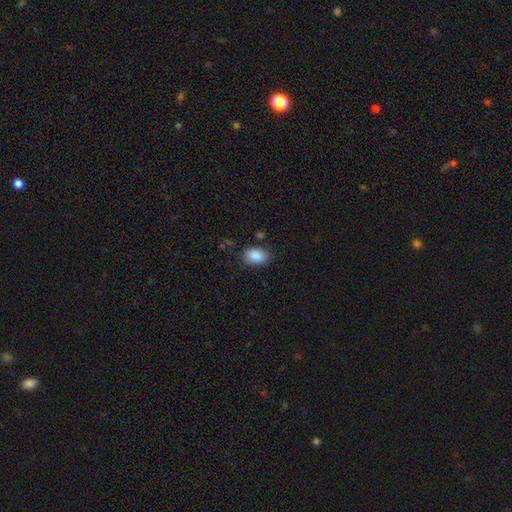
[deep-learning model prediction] smooth_or_featured: smooth (p=0.89) [alt: star or artifact p=0.08]
how_rounded: in between (p=0.88) [alt: round p=0.10]
merging: none (p=0.79) [alt: minor disturbance p=0.15]